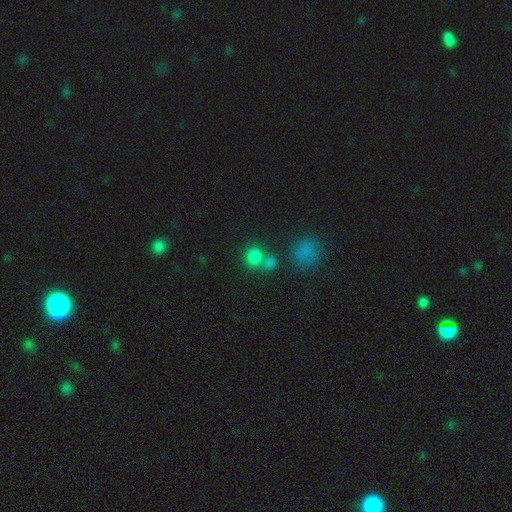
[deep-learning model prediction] smooth_or_featured: smooth (p=0.80) [alt: star or artifact p=0.14]
how_rounded: round (p=0.79) [alt: in between p=0.19]
merging: none (p=0.48) [alt: merger p=0.39]